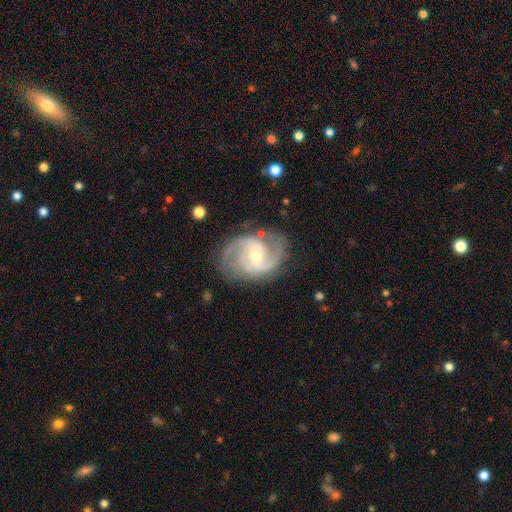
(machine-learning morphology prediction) Overall: featured or disk (90%). Edge-on disk: no (98%). Bar: weak (47%; no 40%). Spiral arms: yes (98%). Spiral arm count: 2 (73%). Spiral winding: medium (56%; tight 26%). Bulge size: small (49%; moderate 48%). Merging: none (76%).